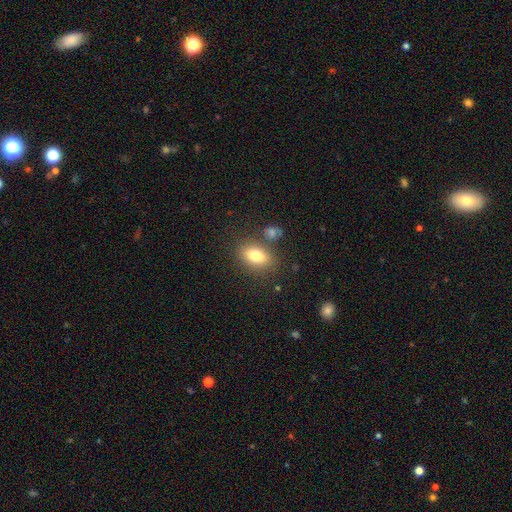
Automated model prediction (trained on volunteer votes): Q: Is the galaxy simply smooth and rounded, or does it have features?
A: smooth — 78%.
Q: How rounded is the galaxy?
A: in between — 81%.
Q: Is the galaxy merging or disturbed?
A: none — 75%.